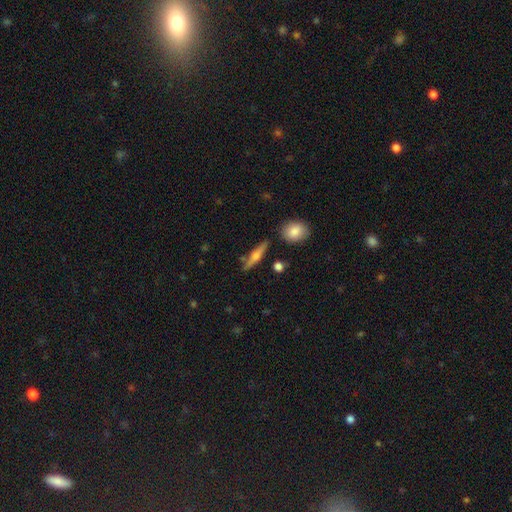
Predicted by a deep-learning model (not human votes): Smooth or featured? featured or disk (54%)
Edge-on disk? yes (95%)
Edge-on bulge? rounded (87%)
Merging? none (83%)